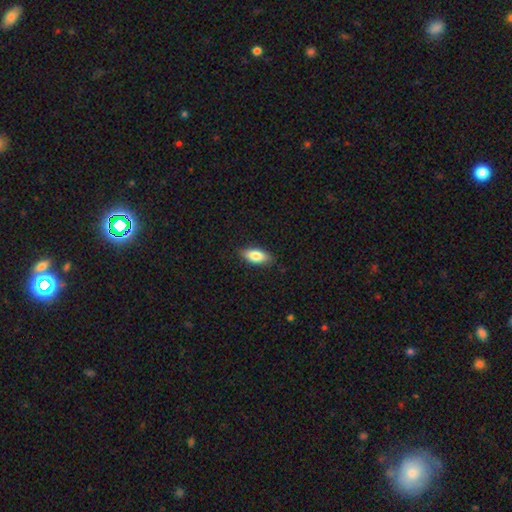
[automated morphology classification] smooth 81%, featured or disk 13%, star or artifact 7%. Down the decision tree: how rounded — in between (83%); merging — none (84%).